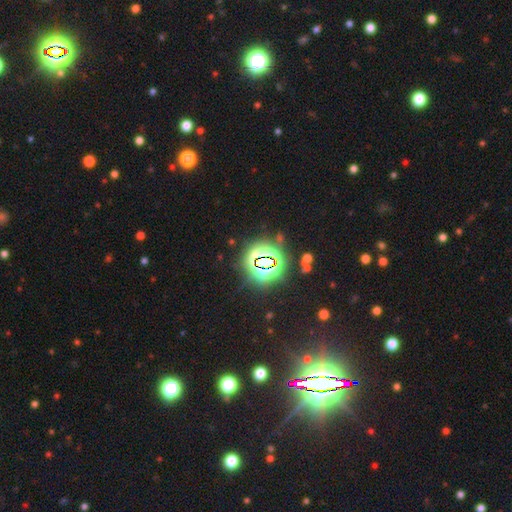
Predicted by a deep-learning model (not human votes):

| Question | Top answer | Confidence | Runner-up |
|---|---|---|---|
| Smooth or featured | star or artifact | 76% | smooth (16%) |